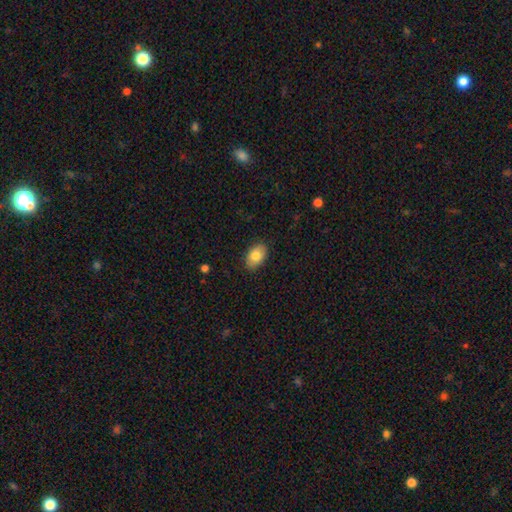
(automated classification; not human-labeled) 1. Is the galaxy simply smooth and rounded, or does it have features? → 82% smooth, 11% featured or disk, 7% star or artifact.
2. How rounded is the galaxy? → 88% in between, 11% round, 1% cigar-shaped.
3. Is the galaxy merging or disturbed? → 87% none, 10% minor disturbance, 2% major disturbance, 1% merger.